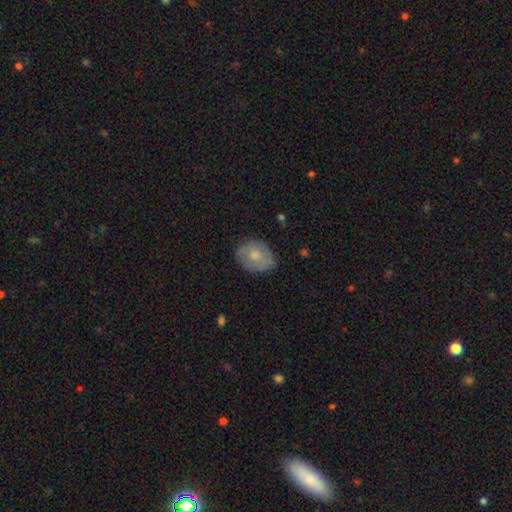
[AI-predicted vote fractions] This is likely a smooth galaxy (67%). How rounded: likely in between (63%). Merging: likely none (75%).